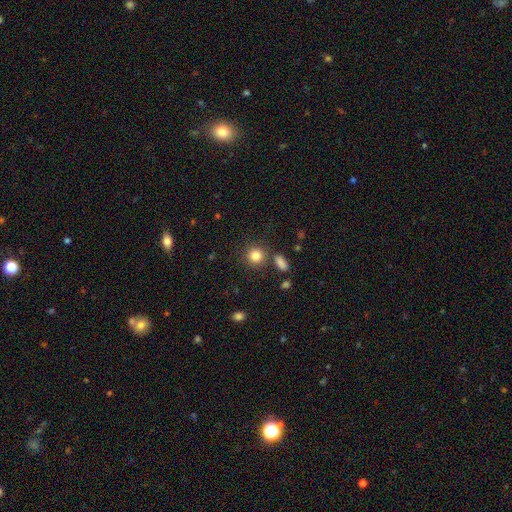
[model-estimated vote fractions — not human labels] This is clearly a smooth galaxy (84%). How rounded: clearly round (88%). Merging: likely none (80%).